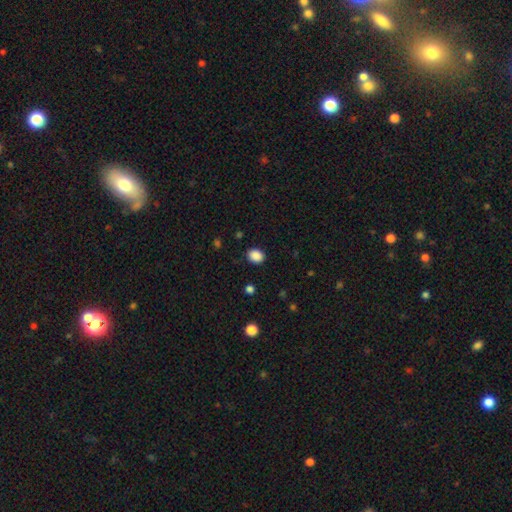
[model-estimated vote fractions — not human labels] The model was most divided on "how rounded": in between: 50%, round: 49%, cigar-shaped: 1%. More confident: smooth or featured — smooth (88%); merging — none (87%).